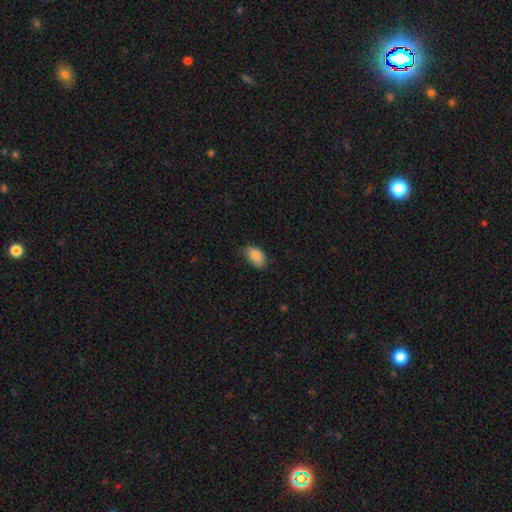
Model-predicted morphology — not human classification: Smooth or featured? Predicted: smooth (p=0.88). How rounded? Predicted: in between (p=0.90). Merging? Predicted: none (p=0.67).